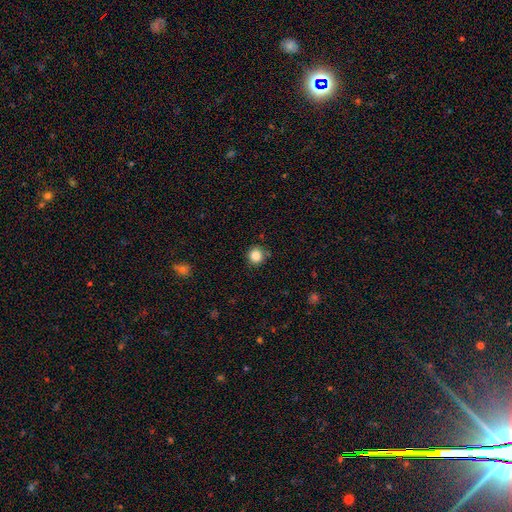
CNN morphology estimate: smooth 84%, star or artifact 12%, featured or disk 4%. Down the decision tree: how rounded — round (94%); merging — none (88%).